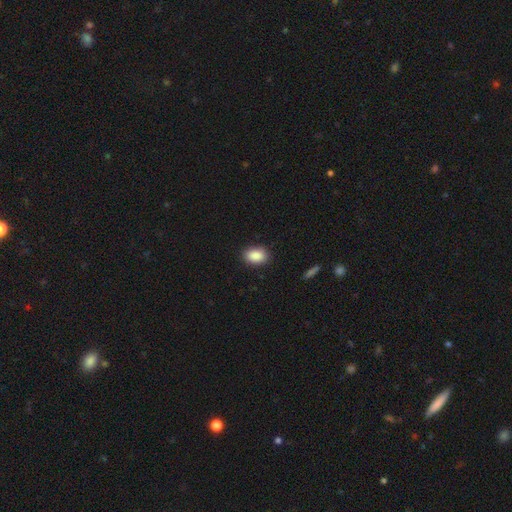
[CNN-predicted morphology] This is clearly a smooth galaxy (89%). How rounded: clearly in between (84%). Merging: clearly none (87%).